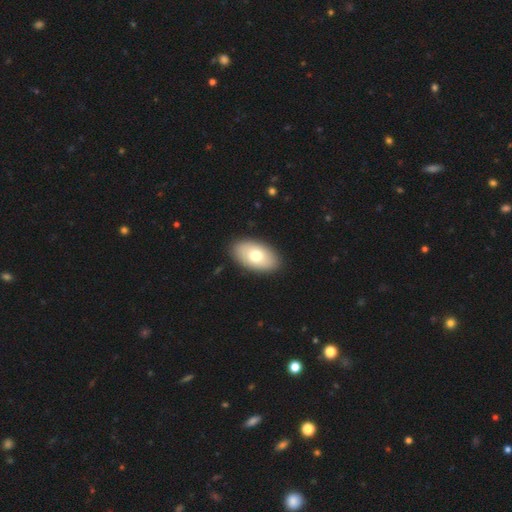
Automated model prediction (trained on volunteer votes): Morphology: type=smooth (72%); roundness=in between (93%); merging=none (90%).